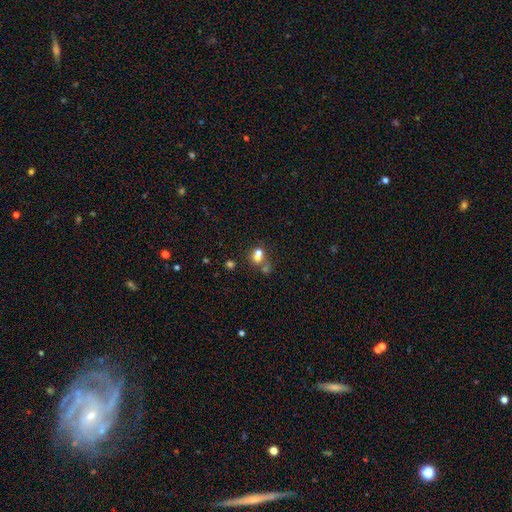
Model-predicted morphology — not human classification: type=smooth (63%); roundness=round (74%); merging=merger (56%).